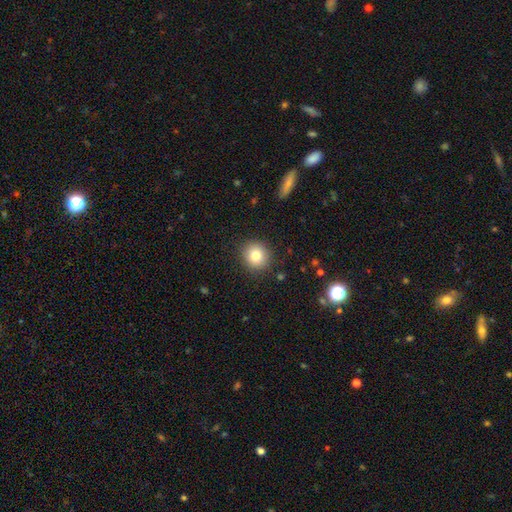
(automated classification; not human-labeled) Smooth or featured? Predicted: smooth (p=0.81). How rounded? Predicted: round (p=0.91). Merging? Predicted: none (p=0.90).